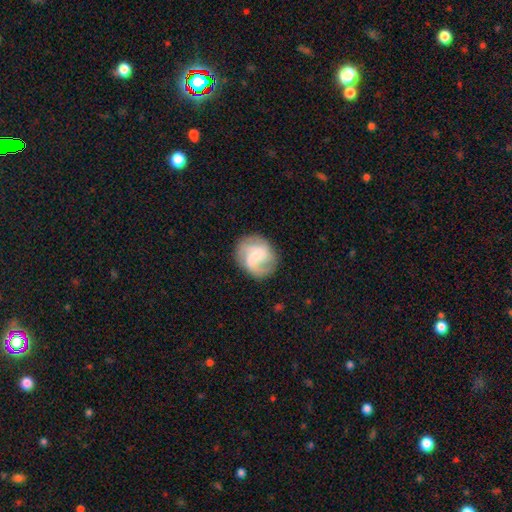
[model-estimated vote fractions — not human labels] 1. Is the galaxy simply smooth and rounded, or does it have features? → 65% featured or disk, 28% smooth, 7% star or artifact.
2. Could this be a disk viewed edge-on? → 98% no, 2% yes.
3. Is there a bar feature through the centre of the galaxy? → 48% weak, 36% no, 16% strong.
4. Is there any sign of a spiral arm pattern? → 92% yes, 8% no.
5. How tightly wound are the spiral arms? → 45% medium, 33% loose, 21% tight.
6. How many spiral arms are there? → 47% 2, 22% 3, 15% can't tell, 9% 1, 4% 4, 3% more than 4.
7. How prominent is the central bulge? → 42% small, 24% moderate, 23% none, 8% large, 2% dominant.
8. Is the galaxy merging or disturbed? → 74% none, 15% minor disturbance, 9% major disturbance, 1% merger.